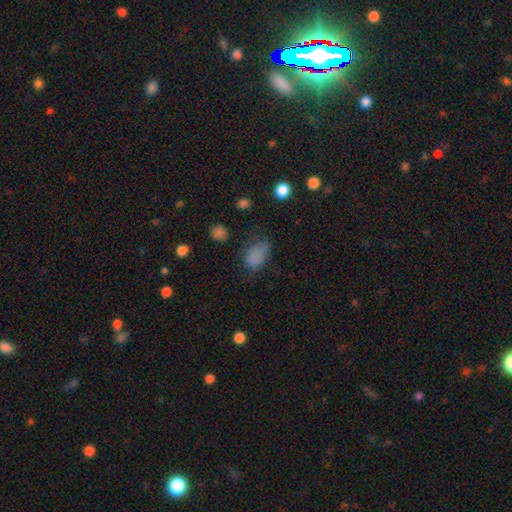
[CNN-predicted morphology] type=smooth (80%); roundness=in between (84%); merging=none (56%).